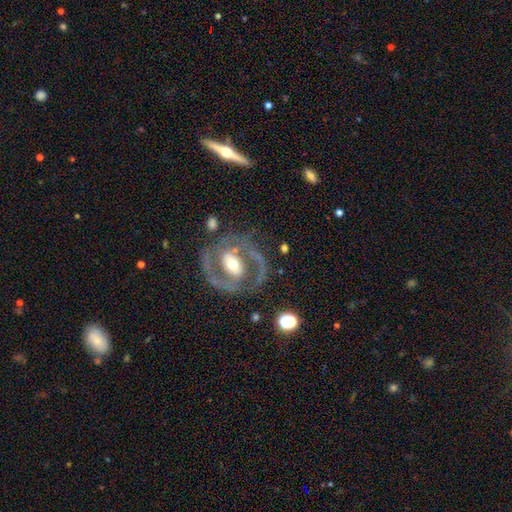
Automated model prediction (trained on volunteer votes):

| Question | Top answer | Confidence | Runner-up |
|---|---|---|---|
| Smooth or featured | featured or disk | 87% | smooth (8%) |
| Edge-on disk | no | 94% | yes (6%) |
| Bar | strong | 44% | weak (31%) |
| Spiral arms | yes | 83% | no (17%) |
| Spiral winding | tight | 46% | medium (43%) |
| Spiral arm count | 2 | 81% | 1 (8%) |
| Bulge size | moderate | 68% | small (20%) |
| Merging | none | 76% | minor disturbance (13%) |